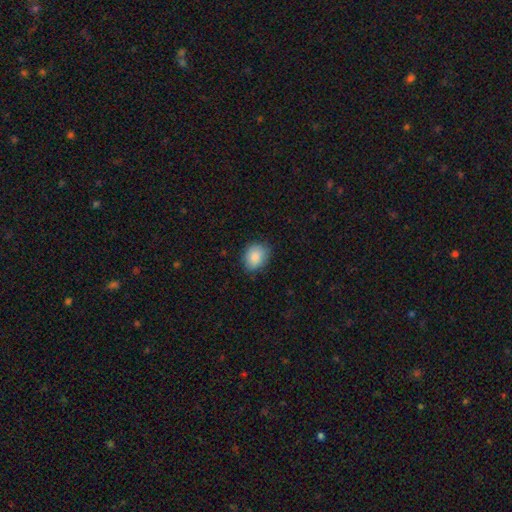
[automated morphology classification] Overall: smooth (88%). How rounded: in between (53%; round 46%). Merging: none (79%).